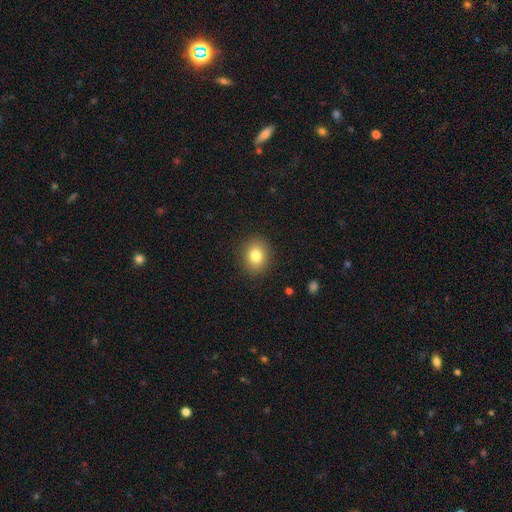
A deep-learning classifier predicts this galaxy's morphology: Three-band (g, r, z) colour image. It shows a smooth galaxy with no disk features (81%) that is round (59%). Merging: none (89%).